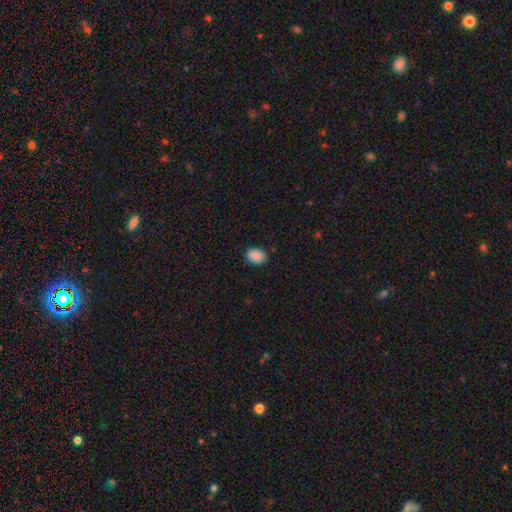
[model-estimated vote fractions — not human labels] Overall: smooth (90%). How rounded: in between (78%). Merging: none (87%).